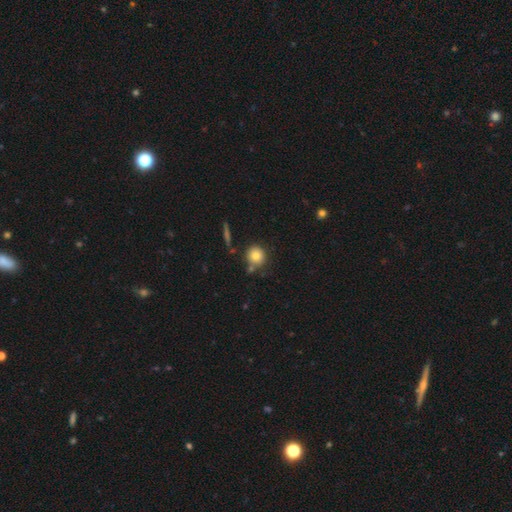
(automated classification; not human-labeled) This appears to be a smooth galaxy with no disk features (80%) that is round (91%). Merging: none (74%).